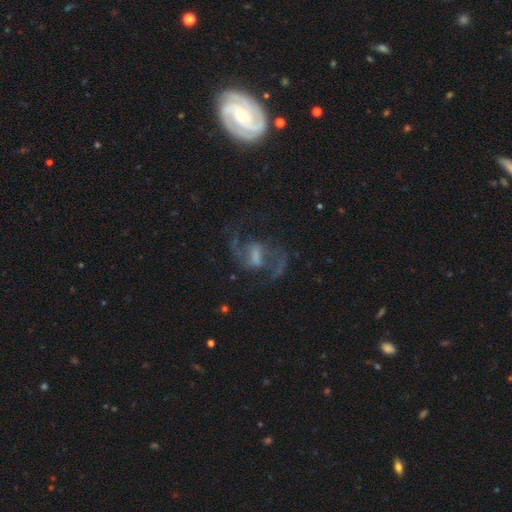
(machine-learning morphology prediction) A featured or disk galaxy (85%) with a weak bar (53%), 2 (92%) medium (48%) spiral arms (95%) and a small central bulge (32%). Merging: none (71%).